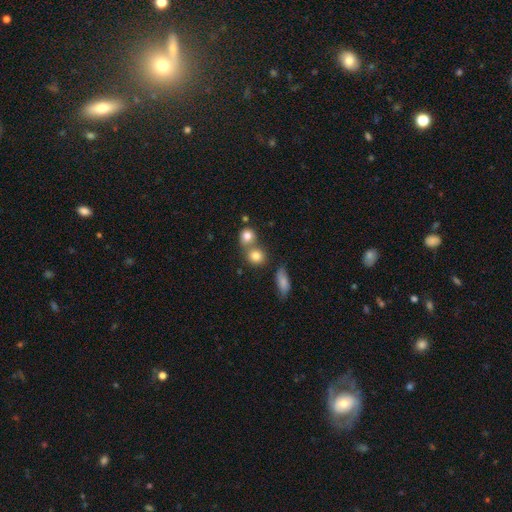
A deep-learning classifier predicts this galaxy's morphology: Smooth or featured?
  - smooth: 80% *
  - star or artifact: 11%
  - featured or disk: 9%
How rounded?
  - round: 79% *
  - in between: 20%
  - cigar-shaped: 1%
Merging?
  - none: 46% *
  - merger: 42%
  - minor disturbance: 8%
  - major disturbance: 3%